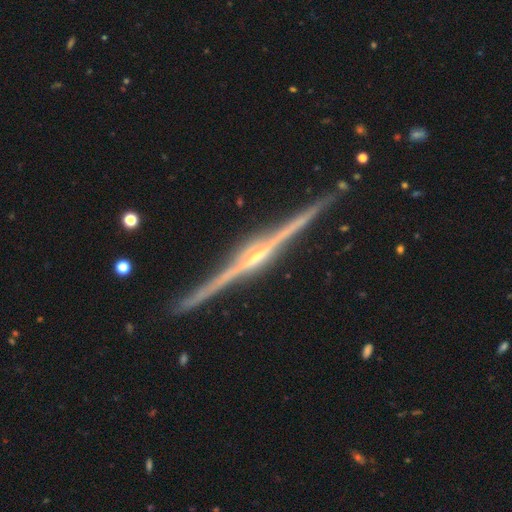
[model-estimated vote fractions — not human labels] A featured or disk galaxy (93%) viewed edge-on (99%) with a rounded central bulge (81%).

Vote fractions:
- Smooth or featured? featured or disk: 93% / star or artifact: 4% / smooth: 3%
- Edge-on disk? yes: 99% / no: 1%
- Edge-on bulge? rounded: 81% / boxy: 11% / none: 8%
- Merging? none: 92% / minor disturbance: 6% / major disturbance: 1% / merger: 1%